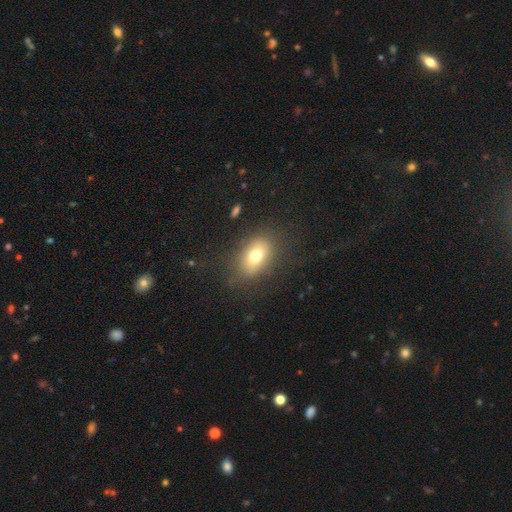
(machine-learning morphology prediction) Smooth or featured: smooth — 73% (featured or disk — 16%)
How rounded: in between — 78% (round — 20%)
Merging: none — 76% (minor disturbance — 14%)